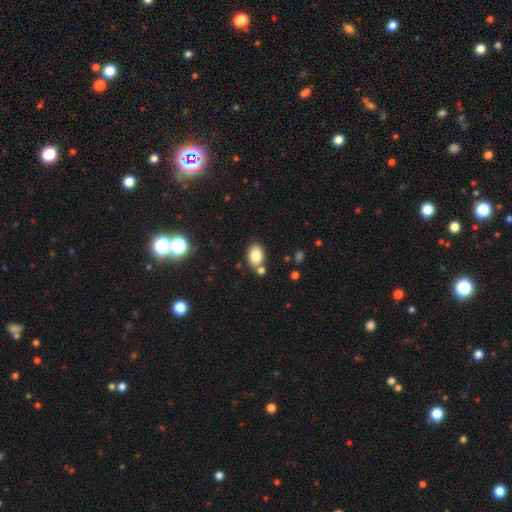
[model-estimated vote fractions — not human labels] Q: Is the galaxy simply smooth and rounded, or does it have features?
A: smooth — 81%.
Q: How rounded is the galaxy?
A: in between — 85%.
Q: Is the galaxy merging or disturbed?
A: none — 70%.